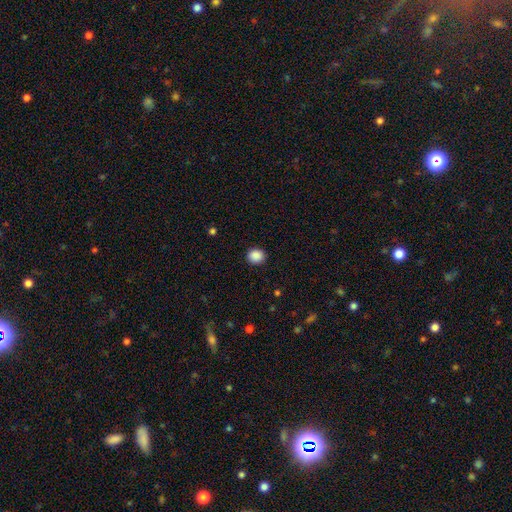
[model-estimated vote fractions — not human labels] A smooth galaxy with no disk features (89%) that is round (78%).

Vote fractions:
- Smooth or featured? smooth: 89% / star or artifact: 9% / featured or disk: 2%
- How rounded? round: 78% / in between: 21% / cigar-shaped: 1%
- Merging? none: 91% / minor disturbance: 6% / major disturbance: 2% / merger: 1%